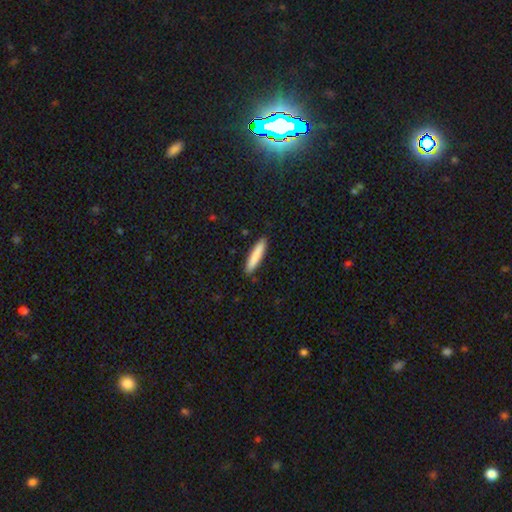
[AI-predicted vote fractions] Q: Smooth or featured?
A: smooth (86%); runner-up: featured or disk (9%)
Q: How rounded?
A: cigar-shaped (87%); runner-up: in between (12%)
Q: Merging?
A: none (90%); runner-up: minor disturbance (8%)